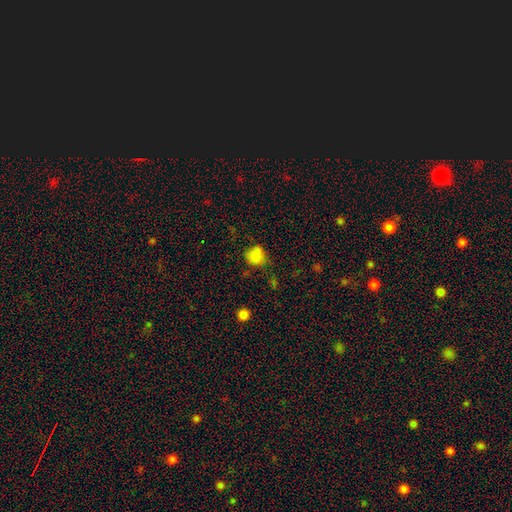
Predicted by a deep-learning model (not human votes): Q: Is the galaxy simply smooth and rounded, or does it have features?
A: smooth — 81%.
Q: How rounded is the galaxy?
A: round — 74%.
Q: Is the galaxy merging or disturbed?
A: none — 63%.